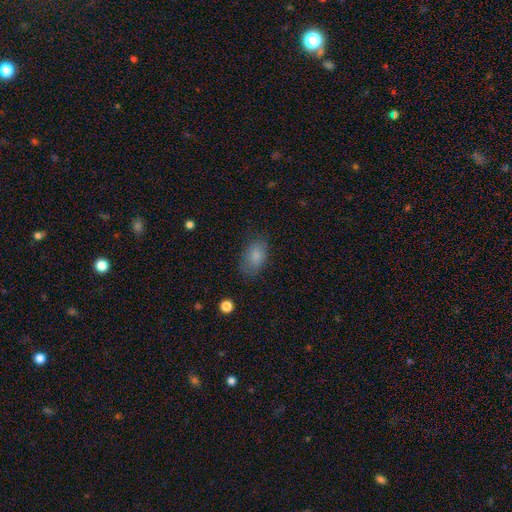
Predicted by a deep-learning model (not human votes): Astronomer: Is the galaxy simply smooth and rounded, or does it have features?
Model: smooth — 84%.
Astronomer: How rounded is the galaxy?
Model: in between — 89%.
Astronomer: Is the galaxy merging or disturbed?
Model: none — 77%.